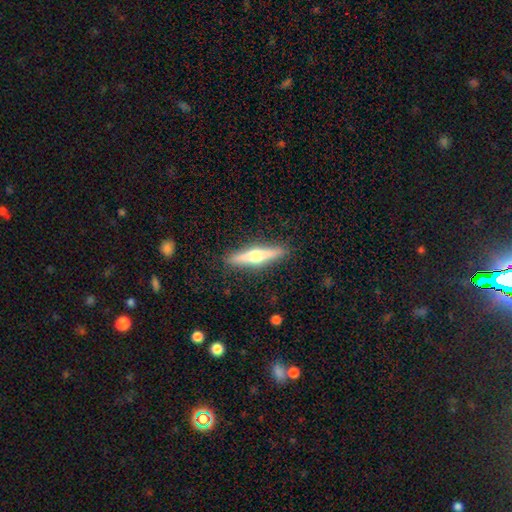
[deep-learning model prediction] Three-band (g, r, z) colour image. It shows a featured or disk galaxy (65%) viewed edge-on (97%) with a rounded central bulge (93%). Merging: none (90%).